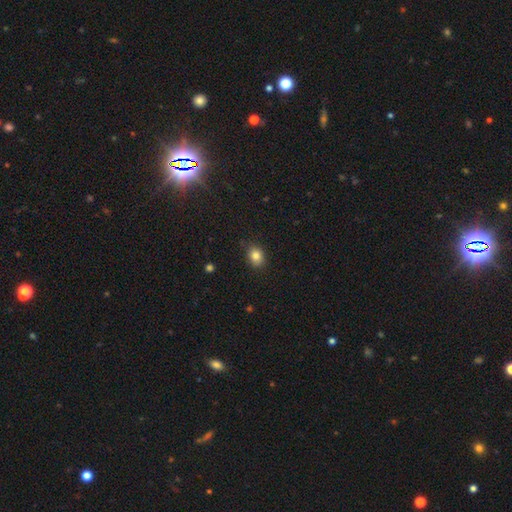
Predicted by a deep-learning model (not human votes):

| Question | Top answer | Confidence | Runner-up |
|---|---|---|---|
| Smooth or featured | smooth | 83% | star or artifact (10%) |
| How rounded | in between | 55% | round (44%) |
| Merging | none | 80% | minor disturbance (16%) |